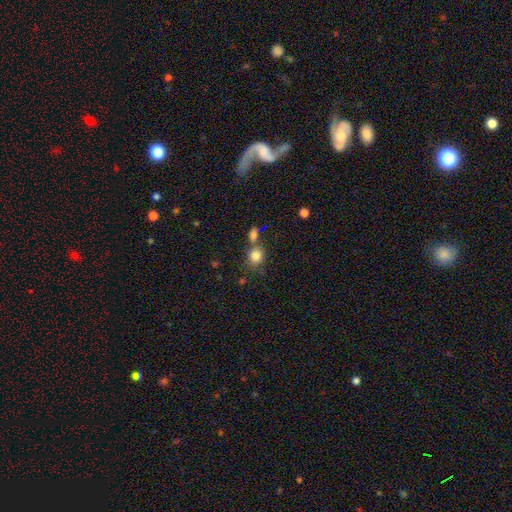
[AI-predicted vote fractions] smooth_or_featured: smooth (p=0.82) [alt: star or artifact p=0.11]
how_rounded: round (p=0.73) [alt: in between p=0.26]
merging: none (p=0.57) [alt: merger p=0.27]